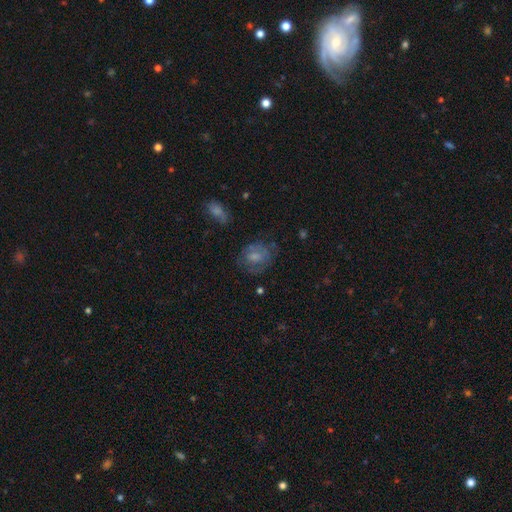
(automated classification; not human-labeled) Overall: smooth (58%; featured or disk 32%). How rounded: round (53%; in between 46%). Merging: none (61%; minor disturbance 23%).